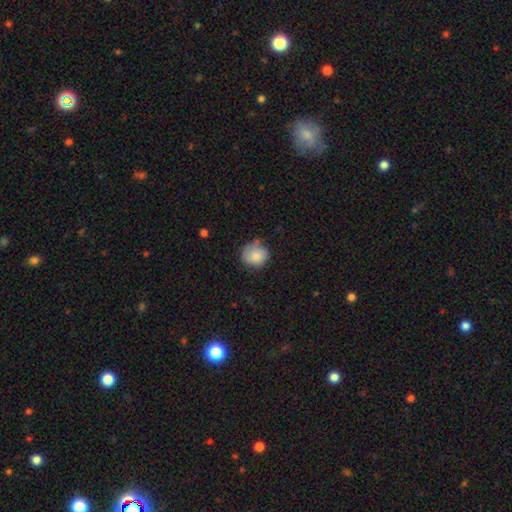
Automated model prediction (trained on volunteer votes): Smooth or featured? Predicted: smooth (p=0.83). How rounded? Predicted: round (p=0.81). Merging? Predicted: none (p=0.68).